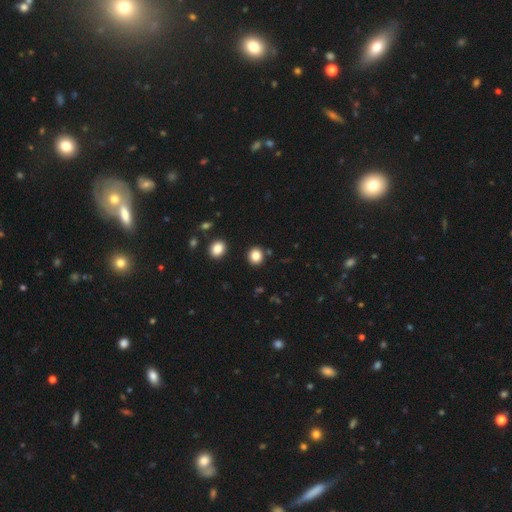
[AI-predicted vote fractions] smooth 85%, star or artifact 11%, featured or disk 4%. Down the decision tree: how rounded — round (83%); merging — none (88%).